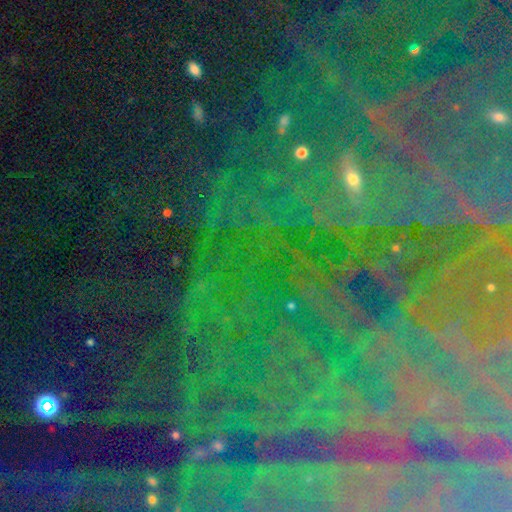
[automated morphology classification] star or artifact 74%, featured or disk 16%, smooth 10%.